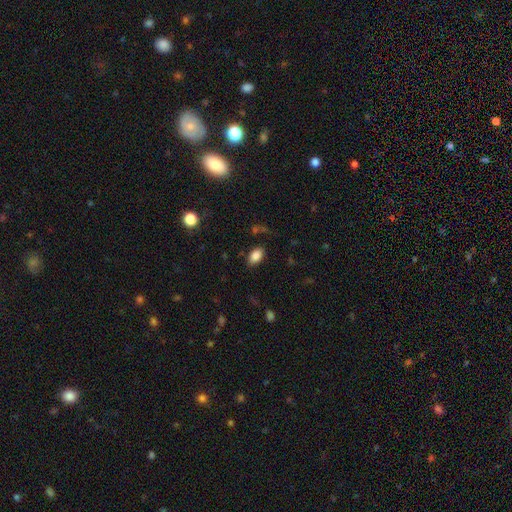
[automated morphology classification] A smooth galaxy with no disk features (86%) that is in between round and cigar-shaped (91%). Merging: none (84%).